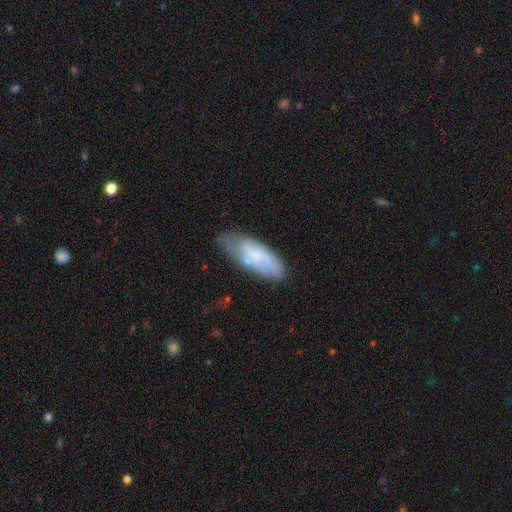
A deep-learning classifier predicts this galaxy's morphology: Q: Smooth or featured?
A: smooth (55%); runner-up: featured or disk (37%)
Q: How rounded?
A: in between (71%); runner-up: cigar-shaped (28%)
Q: Merging?
A: none (58%); runner-up: minor disturbance (29%)